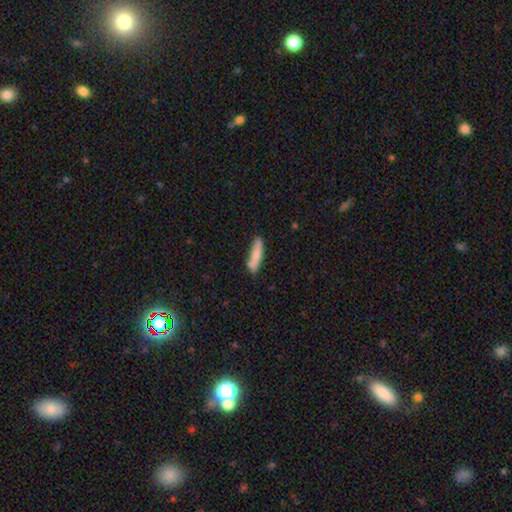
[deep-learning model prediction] Smooth or featured: smooth — 76% (featured or disk — 17%)
How rounded: cigar-shaped — 75% (in between — 23%)
Merging: none — 68% (minor disturbance — 20%)